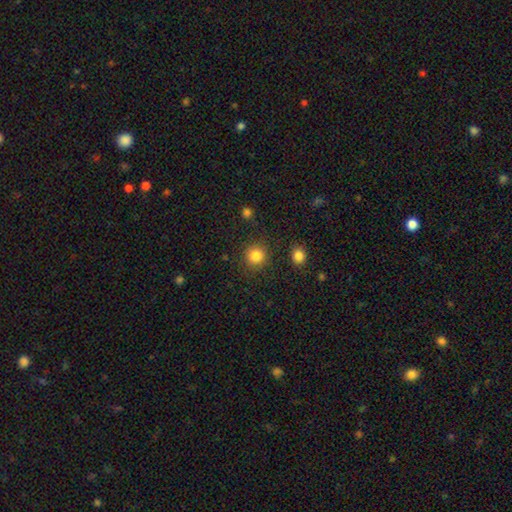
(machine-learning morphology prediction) smooth 84%, star or artifact 11%, featured or disk 5%. Down the decision tree: how rounded — round (91%); merging — none (87%).